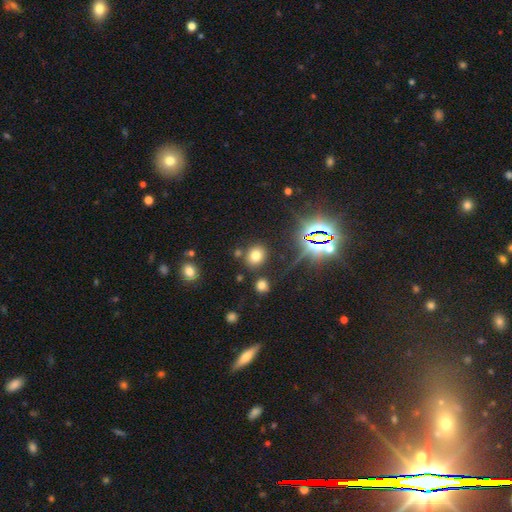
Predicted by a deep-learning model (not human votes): Smooth or featured? smooth (70%)
How rounded? round (65%)
Merging? none (81%)